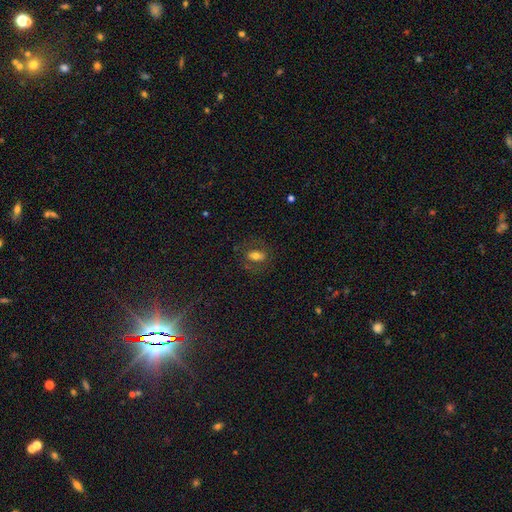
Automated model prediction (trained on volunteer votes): Overall: smooth (62%; featured or disk 26%). How rounded: in between (83%). Merging: none (76%).